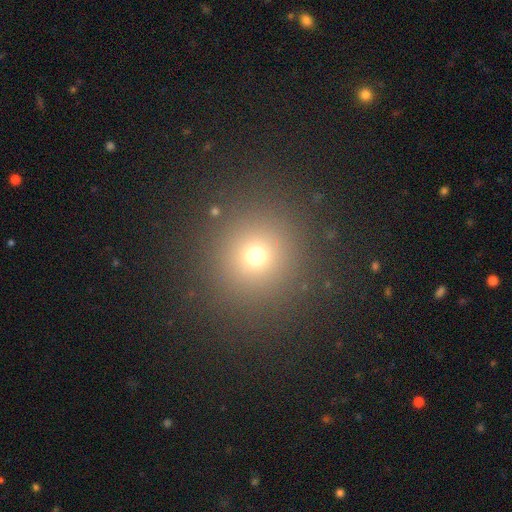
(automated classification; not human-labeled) Smooth or featured? Predicted: smooth (p=0.69). How rounded? Predicted: round (p=0.92). Merging? Predicted: none (p=0.87).